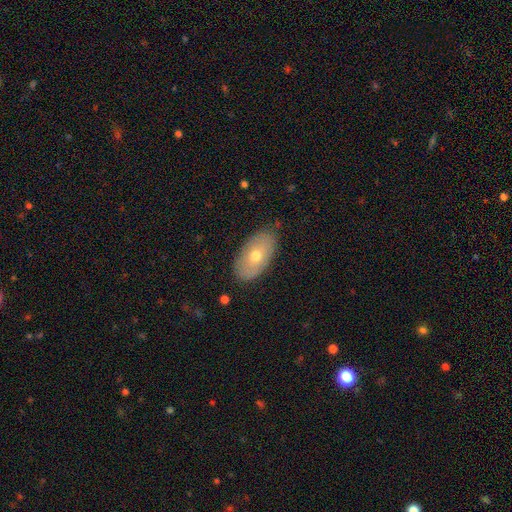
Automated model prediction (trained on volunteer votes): smooth_or_featured: smooth (p=0.61) [alt: featured or disk p=0.31]
how_rounded: in between (p=0.93) [alt: round p=0.05]
merging: none (p=0.83) [alt: minor disturbance p=0.13]